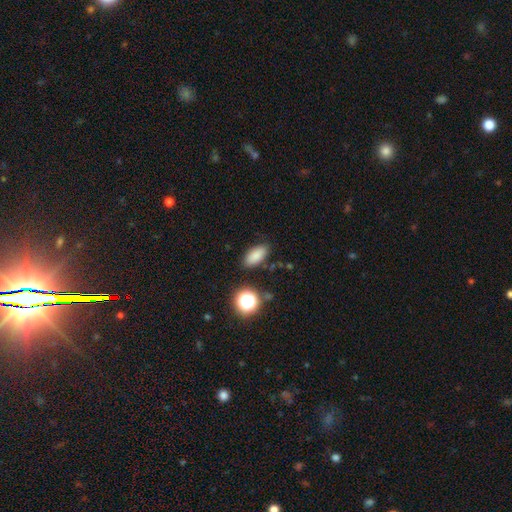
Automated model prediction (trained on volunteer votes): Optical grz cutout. It shows a smooth galaxy with no disk features (83%) that is in between round and cigar-shaped (87%). Merging: none (84%).